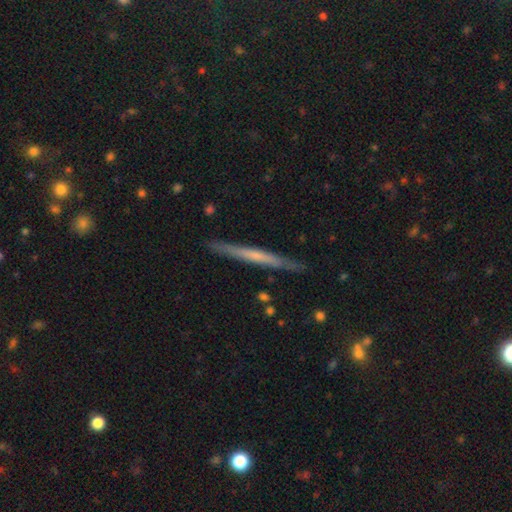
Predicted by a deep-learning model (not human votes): Smooth or featured? Predicted: featured or disk (p=0.54). Edge-on disk? Predicted: yes (p=0.96). Edge-on bulge? Predicted: none (p=0.72). Merging? Predicted: none (p=0.88).